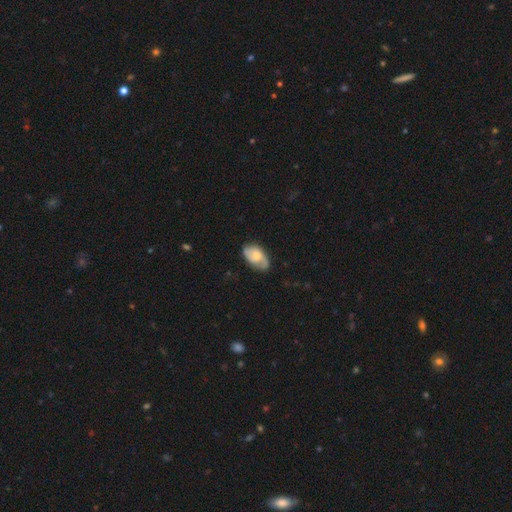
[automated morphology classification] A featured or disk galaxy (55%) with no bar (64%), spiral arms (85%) and a moderate central bulge (38%). Merging: none (62%).